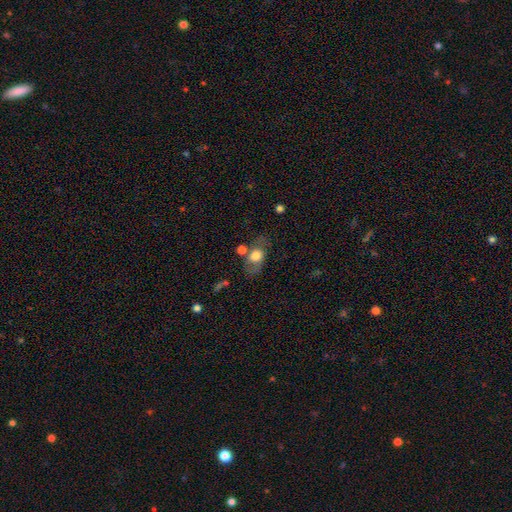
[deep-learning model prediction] Smooth or featured: smooth — 65% (featured or disk — 26%)
How rounded: in between — 69% (round — 28%)
Merging: none — 57% (minor disturbance — 20%)